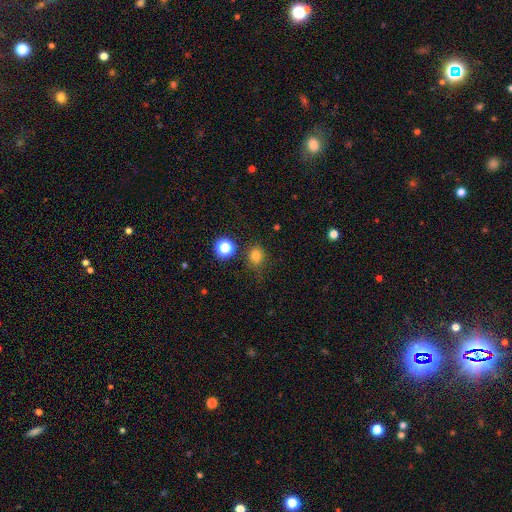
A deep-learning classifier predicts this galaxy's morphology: Smooth or featured?
  - smooth: 76% *
  - star or artifact: 17%
  - featured or disk: 6%
How rounded?
  - round: 72% *
  - in between: 27%
  - cigar-shaped: 1%
Merging?
  - none: 76% *
  - minor disturbance: 15%
  - major disturbance: 5%
  - merger: 4%